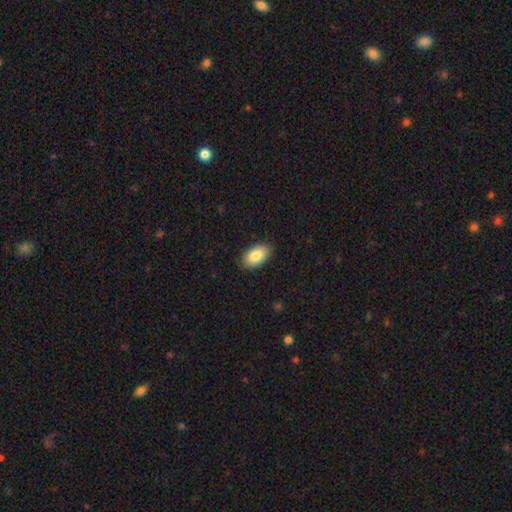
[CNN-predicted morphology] Smooth or featured? Predicted: smooth (p=0.85). How rounded? Predicted: in between (p=0.95). Merging? Predicted: none (p=0.87).